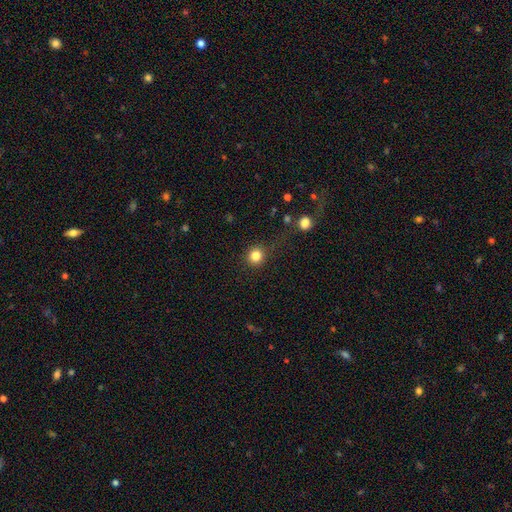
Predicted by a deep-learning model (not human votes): The model was most divided on "smooth or featured": smooth: 83%, star or artifact: 12%, featured or disk: 5%. More confident: how rounded — round (92%); merging — none (83%).